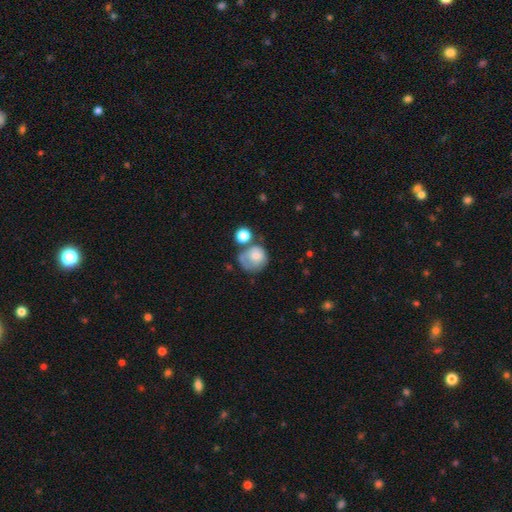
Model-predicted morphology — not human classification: Q: Smooth or featured?
A: smooth (65%); runner-up: featured or disk (26%)
Q: How rounded?
A: round (77%); runner-up: in between (22%)
Q: Merging?
A: none (36%); runner-up: minor disturbance (23%)